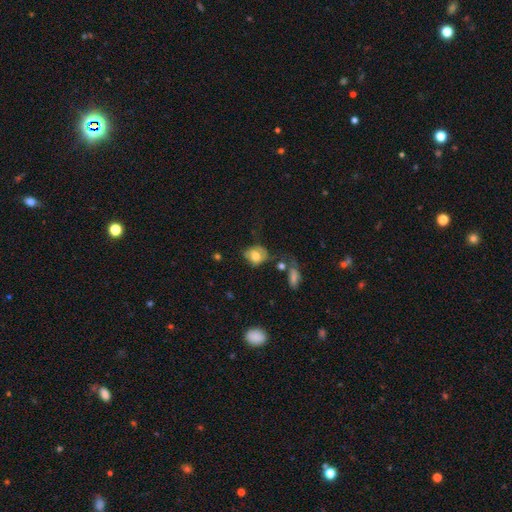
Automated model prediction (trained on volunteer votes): A smooth galaxy with no disk features (61%) that is round (51%).

Vote fractions:
- Smooth or featured? smooth: 61% / featured or disk: 30% / star or artifact: 9%
- How rounded? round: 51% / in between: 48% / cigar-shaped: 1%
- Merging? none: 43% / minor disturbance: 29% / major disturbance: 19% / merger: 9%